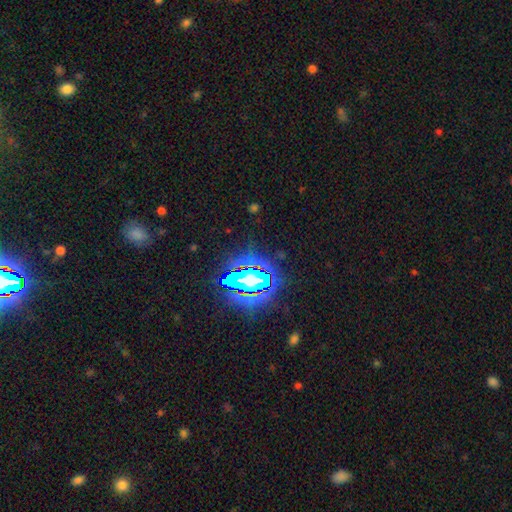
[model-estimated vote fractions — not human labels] This is clearly a star or artifact rather than a galaxy (83%).